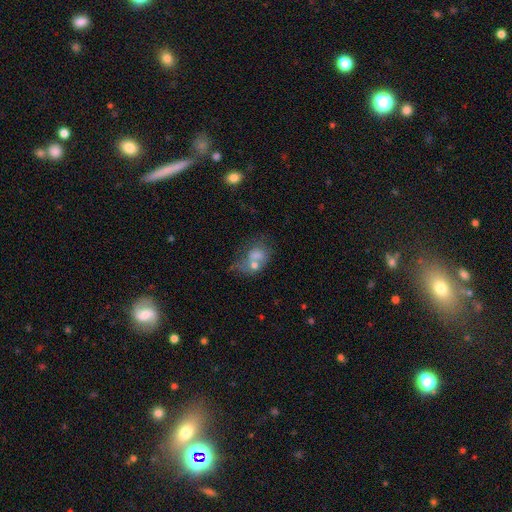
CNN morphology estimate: Q: Smooth or featured?
A: smooth (52%); runner-up: featured or disk (30%)
Q: How rounded?
A: in between (61%); runner-up: round (37%)
Q: Merging?
A: merger (44%); runner-up: none (27%)